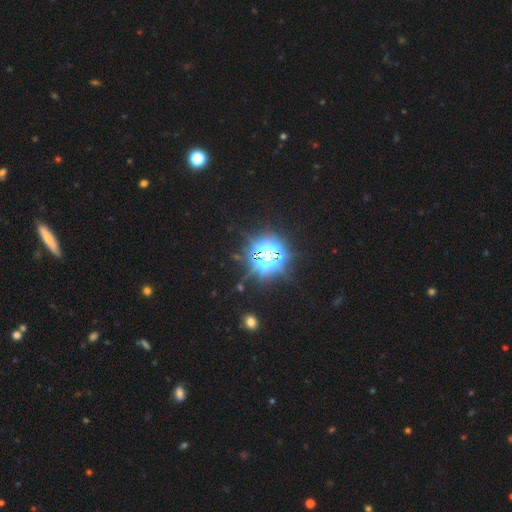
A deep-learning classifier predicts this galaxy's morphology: Overall: star or artifact (83%).